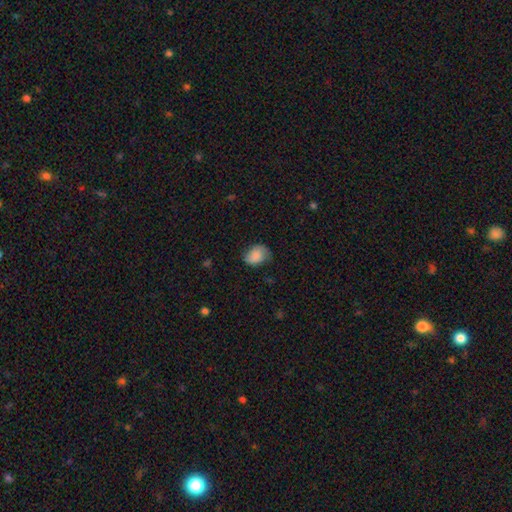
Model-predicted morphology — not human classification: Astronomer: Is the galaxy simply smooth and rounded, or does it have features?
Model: smooth — 81%.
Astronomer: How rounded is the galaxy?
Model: in between — 70%.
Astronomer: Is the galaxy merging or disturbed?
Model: none — 60%.